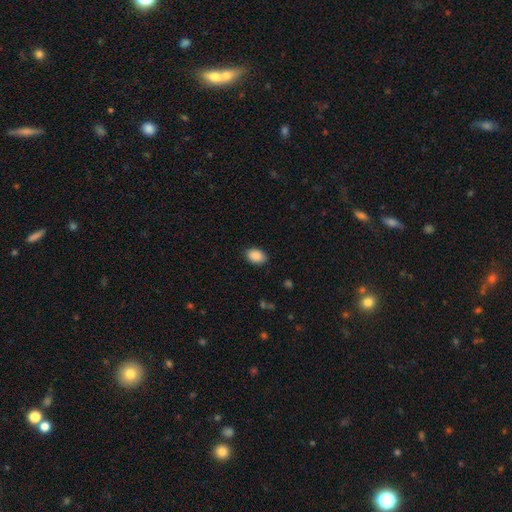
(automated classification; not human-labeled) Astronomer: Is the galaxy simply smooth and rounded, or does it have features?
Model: smooth — 89%.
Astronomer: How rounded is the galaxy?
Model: in between — 81%.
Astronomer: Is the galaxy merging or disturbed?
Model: none — 87%.